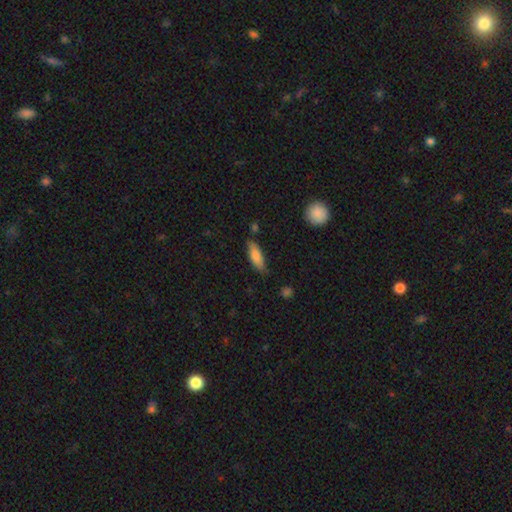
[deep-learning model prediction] Smooth or featured?
  - smooth: 78% *
  - featured or disk: 15%
  - star or artifact: 6%
How rounded?
  - in between: 59% *
  - cigar-shaped: 39%
  - round: 2%
Merging?
  - none: 74% *
  - minor disturbance: 19%
  - major disturbance: 4%
  - merger: 3%